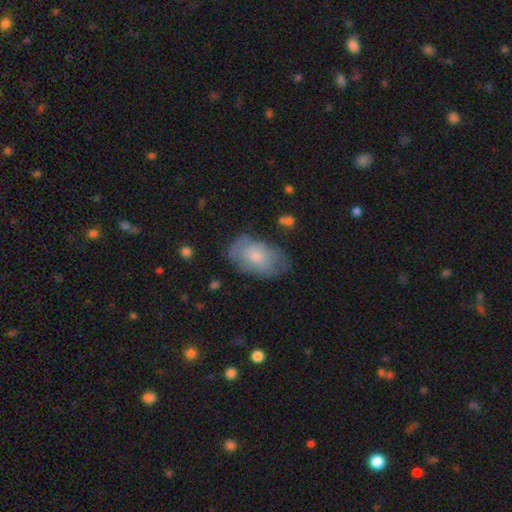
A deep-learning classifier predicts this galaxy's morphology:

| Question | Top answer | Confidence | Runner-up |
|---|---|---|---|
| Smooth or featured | smooth | 61% | featured or disk (32%) |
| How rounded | in between | 91% | round (7%) |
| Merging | none | 65% | minor disturbance (25%) |